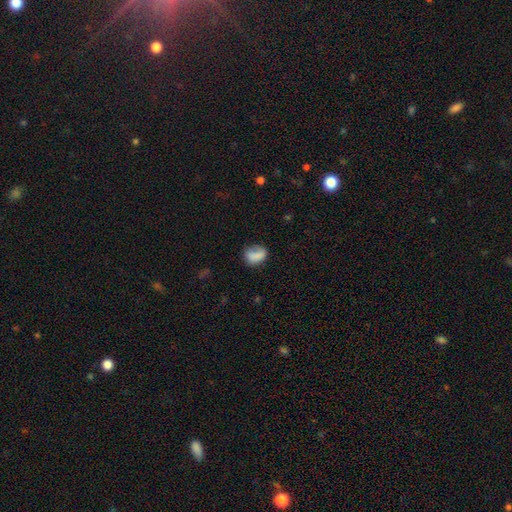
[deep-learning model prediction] smooth 79%, featured or disk 12%, star or artifact 9%. Down the decision tree: how rounded — in between (60%); merging — none (58%).